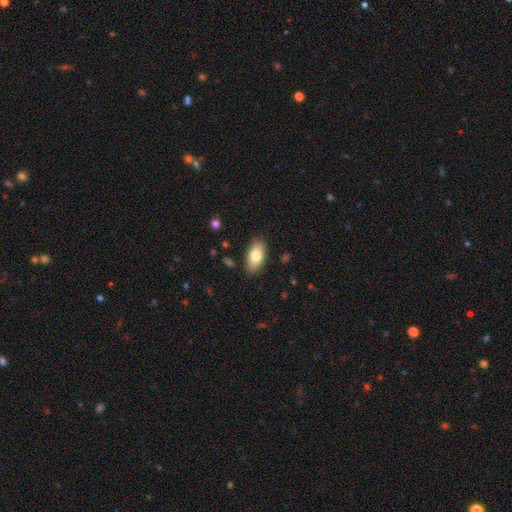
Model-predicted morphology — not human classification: A smooth galaxy with no disk features (78%) that is in between round and cigar-shaped (91%). Merging: none (86%).